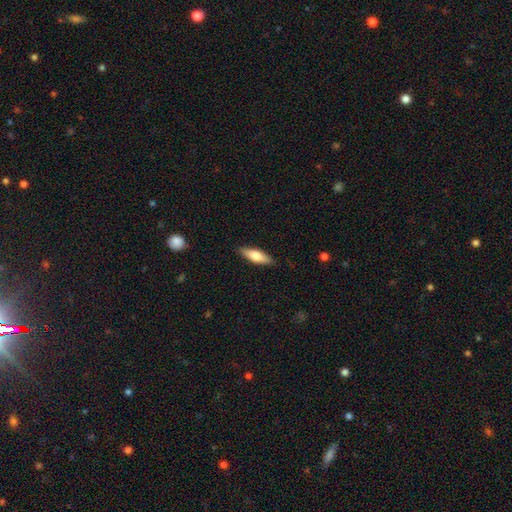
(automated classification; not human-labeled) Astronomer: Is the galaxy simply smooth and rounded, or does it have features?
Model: smooth — 68%.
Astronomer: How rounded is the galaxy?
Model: cigar-shaped — 50% (runner-up: in between, 48%).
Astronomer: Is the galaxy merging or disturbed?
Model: none — 87%.